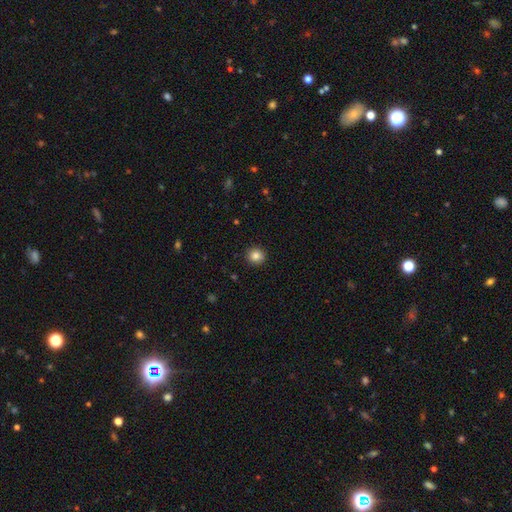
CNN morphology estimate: A smooth galaxy with no disk features (85%) that is round (91%). Merging: none (92%).